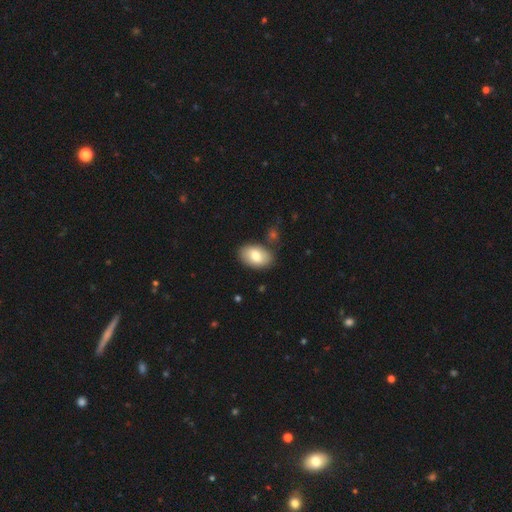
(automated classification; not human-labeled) This appears to be a smooth galaxy with no disk features (78%) that is in between round and cigar-shaped (91%). Merging: none (82%).